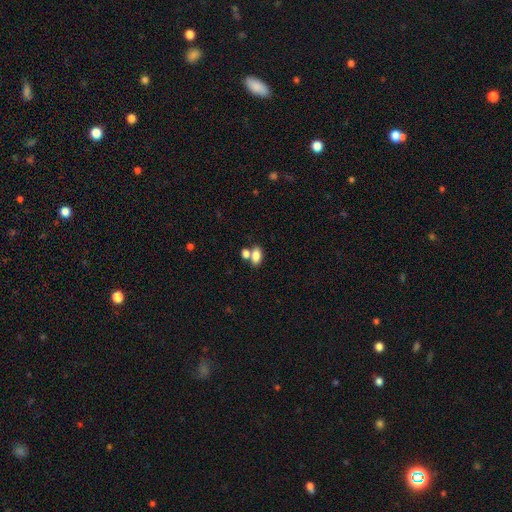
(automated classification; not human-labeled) Smooth or featured? Predicted: smooth (p=0.82). How rounded? Predicted: in between (p=0.88). Merging? Predicted: none (p=0.45).